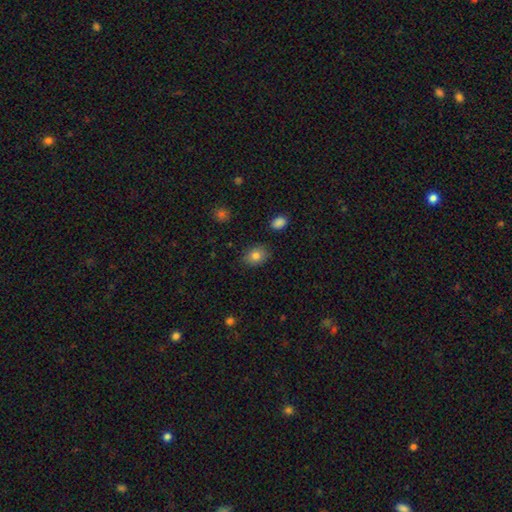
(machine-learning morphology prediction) The model was most divided on "how rounded": in between: 61%, round: 38%, cigar-shaped: 1%. More confident: merging — none (85%); smooth or featured — smooth (81%).